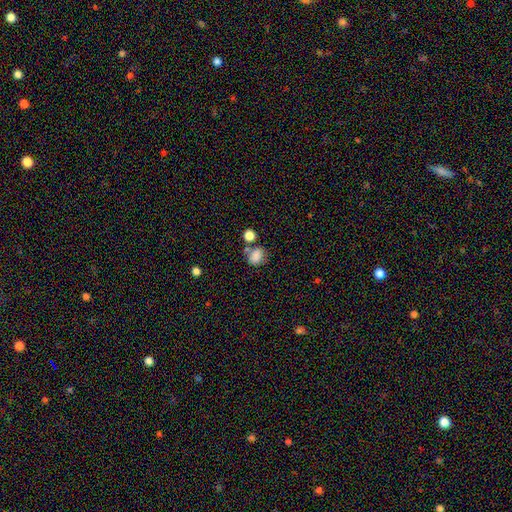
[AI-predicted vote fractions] Smooth or featured? smooth (82%)
How rounded? round (54%)
Merging? none (54%)